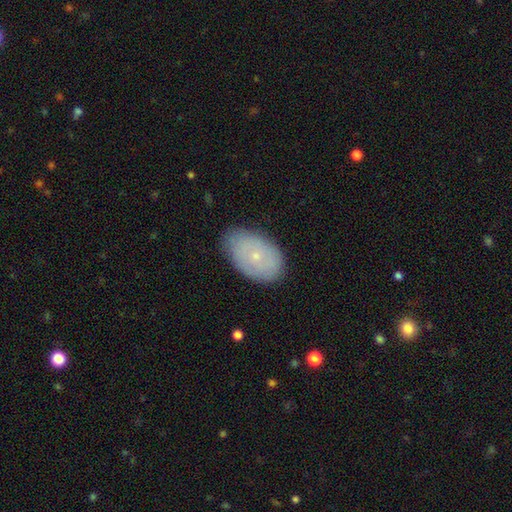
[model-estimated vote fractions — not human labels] Smooth or featured? smooth (60%)
How rounded? in between (89%)
Merging? none (78%)